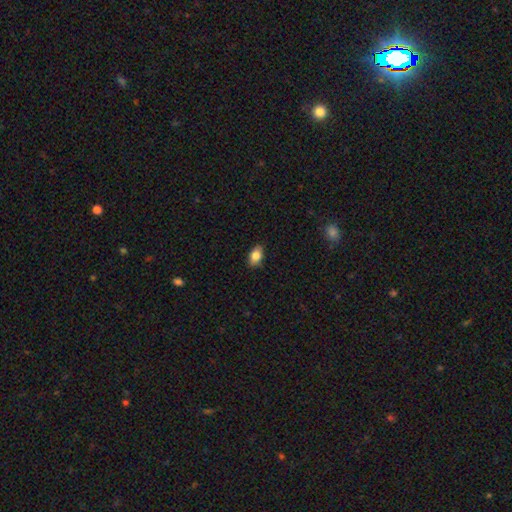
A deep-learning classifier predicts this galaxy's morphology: smooth 85%, star or artifact 8%, featured or disk 8%. Down the decision tree: how rounded — in between (88%); merging — none (86%).